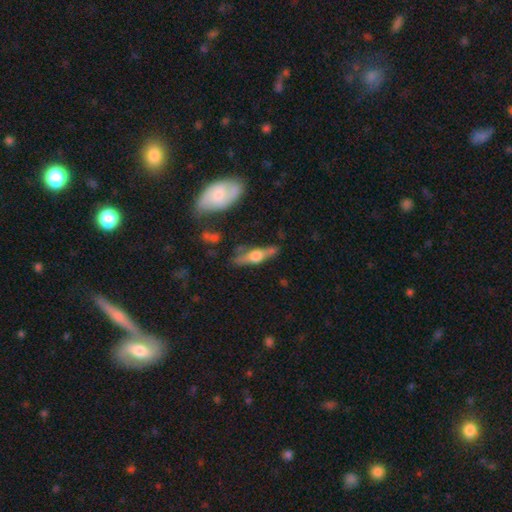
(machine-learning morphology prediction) smooth-or-featured: featured or disk: 66% | smooth: 28% | star or artifact: 6%
  disk-edge-on: yes: 91% | no: 9%
    edge-on-bulge: rounded: 90% | boxy: 8% | none: 2%
  merging: none: 72% | minor disturbance: 17% | major disturbance: 5% | merger: 5%